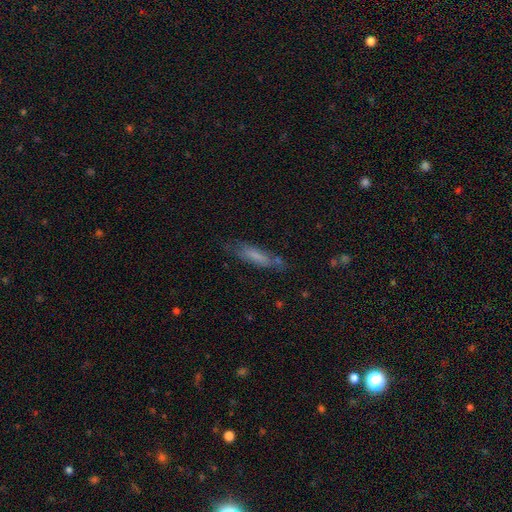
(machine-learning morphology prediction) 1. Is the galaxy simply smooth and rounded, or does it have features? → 66% smooth, 26% featured or disk, 8% star or artifact.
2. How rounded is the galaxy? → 74% cigar-shaped, 24% in between, 2% round.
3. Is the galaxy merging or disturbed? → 65% none, 23% minor disturbance, 8% major disturbance, 4% merger.